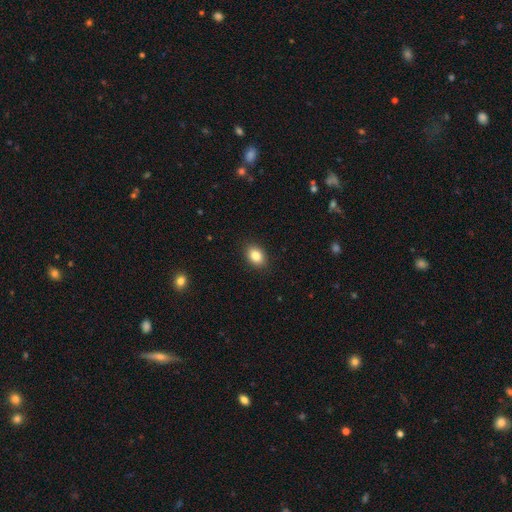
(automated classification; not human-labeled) Overall: smooth (85%). How rounded: in between (76%). Merging: none (89%).